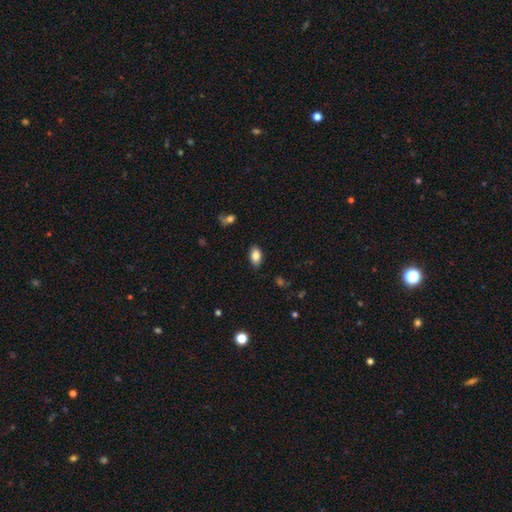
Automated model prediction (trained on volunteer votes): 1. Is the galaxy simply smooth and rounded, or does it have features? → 83% smooth, 8% featured or disk, 8% star or artifact.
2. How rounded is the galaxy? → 90% in between, 7% round, 3% cigar-shaped.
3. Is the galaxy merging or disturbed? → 82% none, 14% minor disturbance, 3% major disturbance, 1% merger.